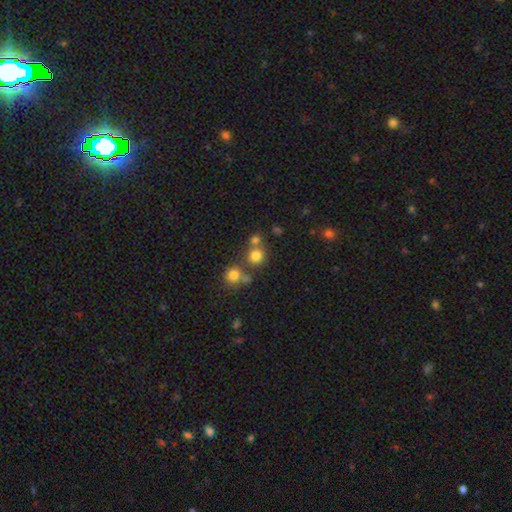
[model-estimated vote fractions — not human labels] This is likely a smooth galaxy (76%). How rounded: clearly round (89%). Merging: likely none (62%).